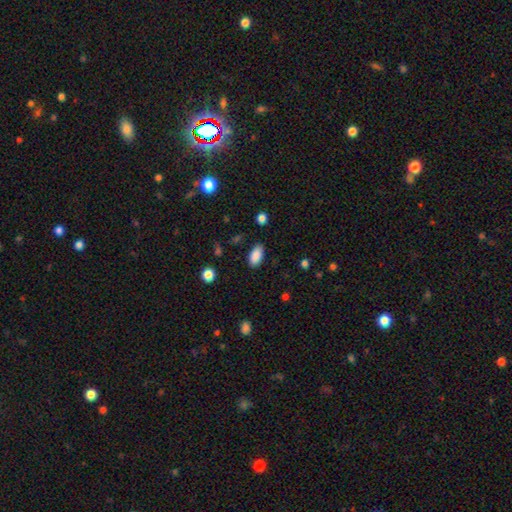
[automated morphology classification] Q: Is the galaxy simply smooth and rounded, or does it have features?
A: smooth — 88%.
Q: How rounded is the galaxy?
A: in between — 92%.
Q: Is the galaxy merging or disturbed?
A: none — 83%.